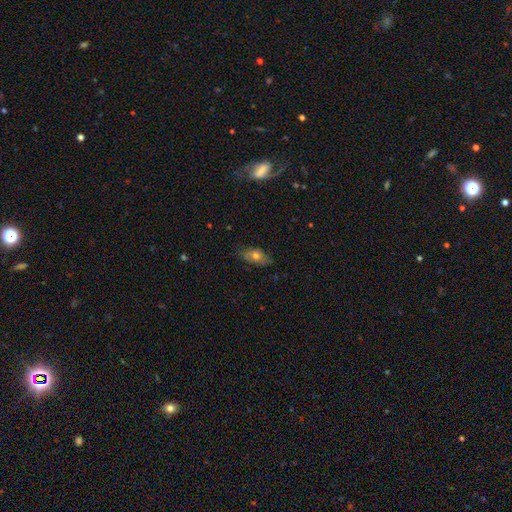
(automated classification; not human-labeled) Overall: smooth (63%; featured or disk 26%). How rounded: in between (84%). Merging: none (72%).